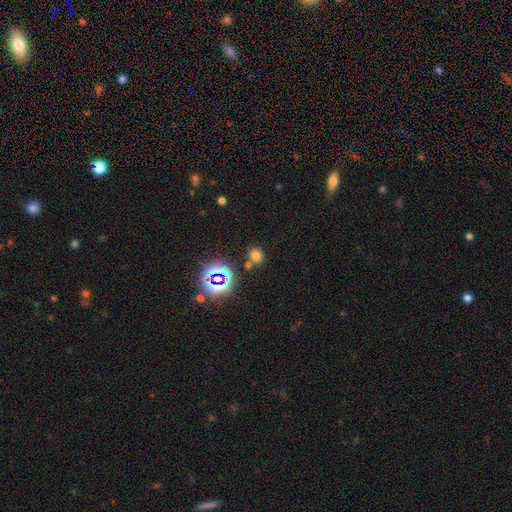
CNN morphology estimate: smooth 64%, star or artifact 30%, featured or disk 7%. Down the decision tree: how rounded — round (71%); merging — none (75%).